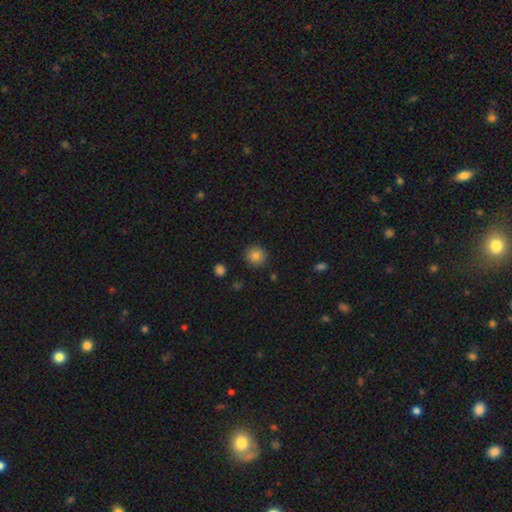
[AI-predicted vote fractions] smooth_or_featured: smooth (p=0.84) [alt: star or artifact p=0.10]
how_rounded: round (p=0.92) [alt: in between p=0.07]
merging: none (p=0.89) [alt: minor disturbance p=0.07]